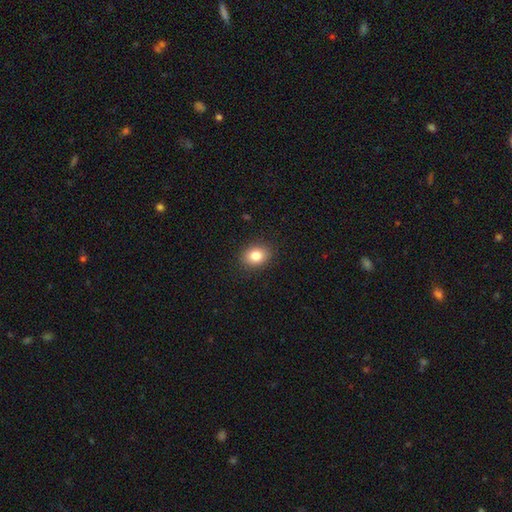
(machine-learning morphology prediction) This appears to be a smooth galaxy with no disk features (82%) that is in between round and cigar-shaped (54%). Merging: none (89%).